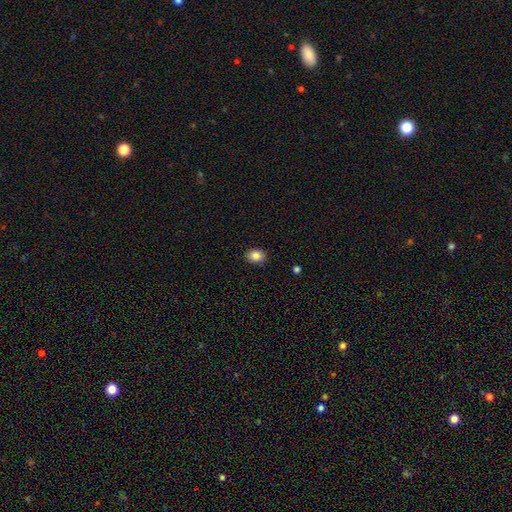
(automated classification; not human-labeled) Smooth or featured?
  - smooth: 85% *
  - star or artifact: 9%
  - featured or disk: 6%
How rounded?
  - in between: 65% *
  - round: 34%
  - cigar-shaped: 1%
Merging?
  - none: 88% *
  - minor disturbance: 9%
  - major disturbance: 2%
  - merger: 1%